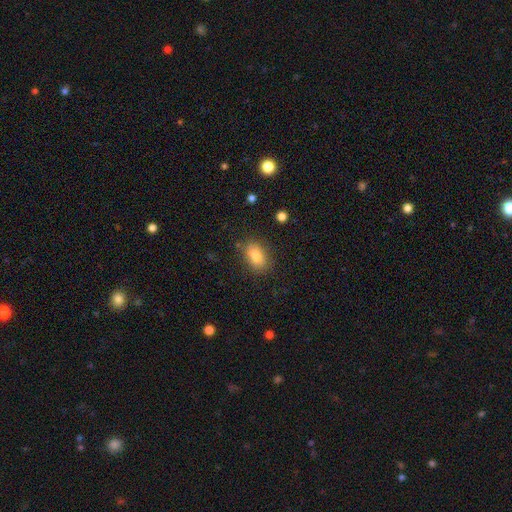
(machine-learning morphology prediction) smooth 83%, star or artifact 8%, featured or disk 8%. Down the decision tree: how rounded — in between (88%); merging — none (83%).